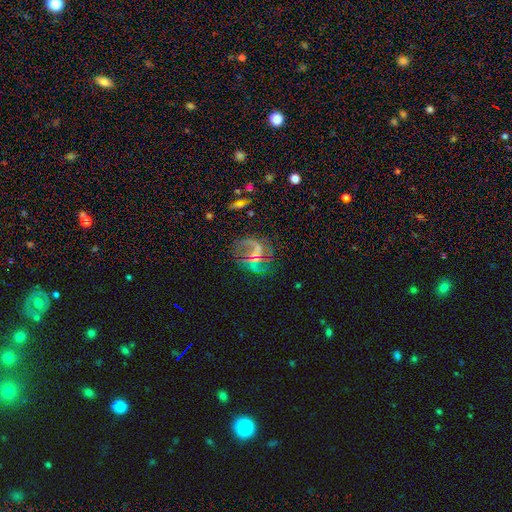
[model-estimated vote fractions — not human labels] The model was most divided on "bar": weak: 42%, no: 40%, strong: 18%. Remaining: edge-on disk — no (97%); spiral arms — yes (82%); smooth or featured — featured or disk (68%); spiral arm count — 2 (58%); merging — none (52%); spiral winding — loose (50%); bulge size — small (46%).